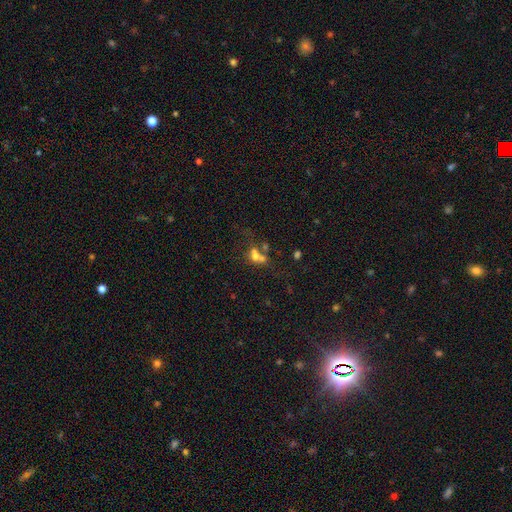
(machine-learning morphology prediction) This appears to be a smooth galaxy with no disk features (58%) that is round (50%). Merging: merger (56%).